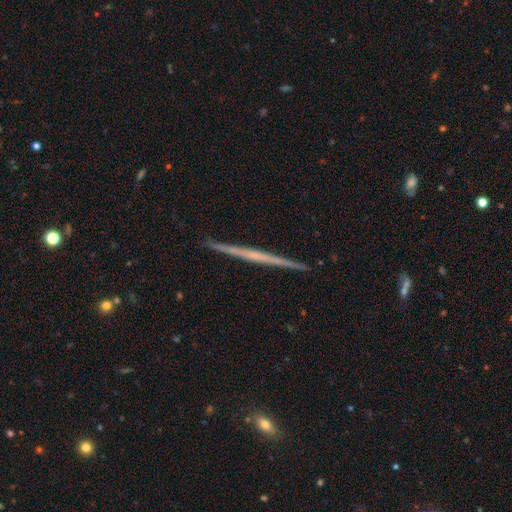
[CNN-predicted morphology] This appears to be a featured or disk galaxy (71%) viewed edge-on (98%) with no central bulge (81%). Merging: none (93%).